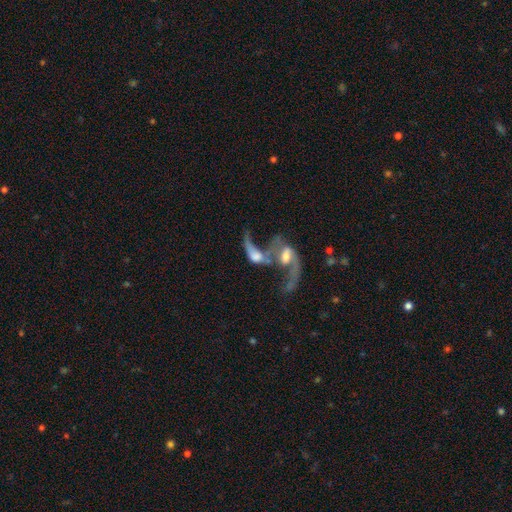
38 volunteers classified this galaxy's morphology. Volunteers were most divided on "bar" (2-way tie): weak: 46%, no: 46%, strong: 7%. Remaining: spiral winding — loose (96%); edge-on disk — no (93%); spiral arms — yes (89%); merging — merger (86%); smooth or featured — featured or disk (79%); spiral arm count — 2 (64%); bulge size — moderate (39%).